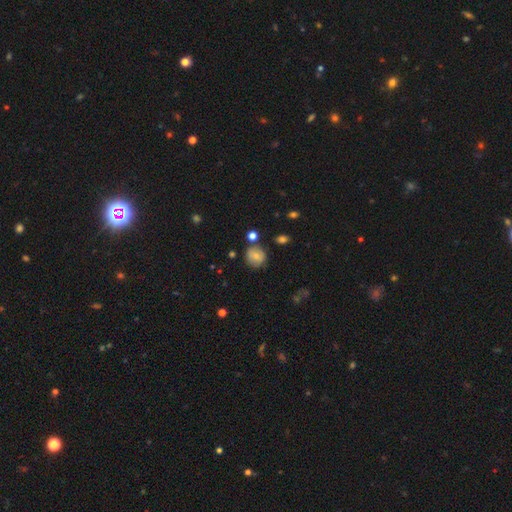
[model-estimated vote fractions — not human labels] Smooth or featured? Predicted: smooth (p=0.77). How rounded? Predicted: round (p=0.85). Merging? Predicted: none (p=0.76).